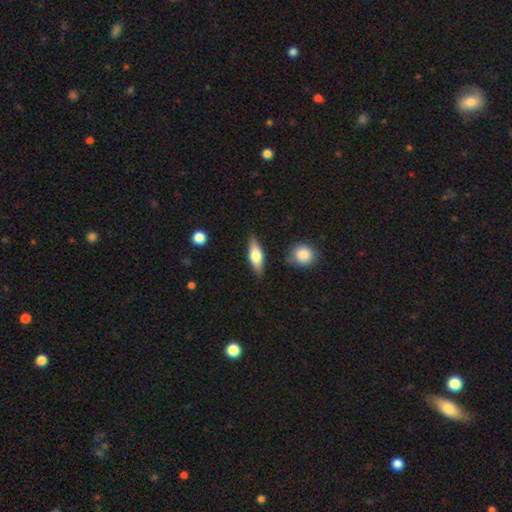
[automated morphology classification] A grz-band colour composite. It shows a smooth galaxy with no disk features (56%) that is in between round and cigar-shaped (58%). Merging: none (84%).